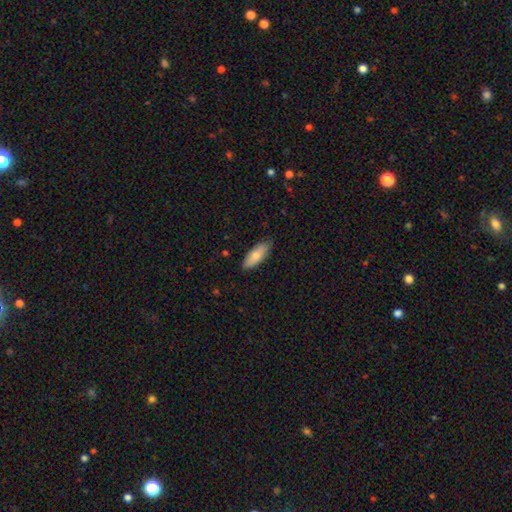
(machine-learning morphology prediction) smooth-or-featured: smooth: 81% | featured or disk: 14% | star or artifact: 6%
  how-rounded: in between: 74% | cigar-shaped: 24% | round: 2%
  merging: none: 85% | minor disturbance: 12% | major disturbance: 2% | merger: 1%